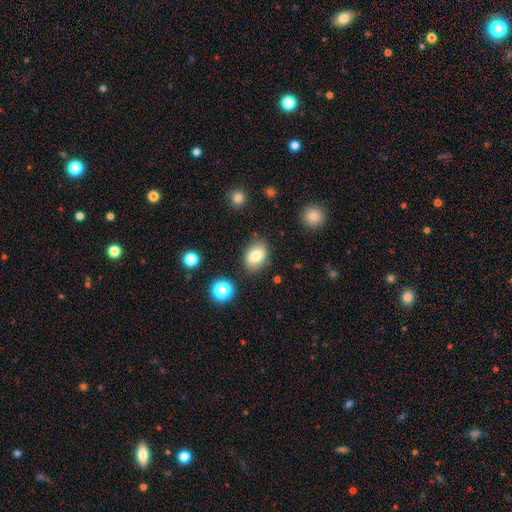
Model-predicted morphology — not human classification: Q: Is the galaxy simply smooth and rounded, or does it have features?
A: smooth — 79%.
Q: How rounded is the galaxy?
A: in between — 79%.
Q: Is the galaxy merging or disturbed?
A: none — 80%.